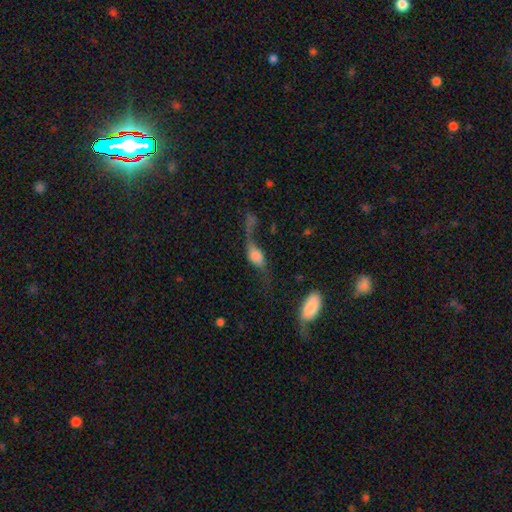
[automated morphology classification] Smooth or featured: featured or disk — 46% (smooth — 44%)
Merging: major disturbance — 44% (none — 24%)